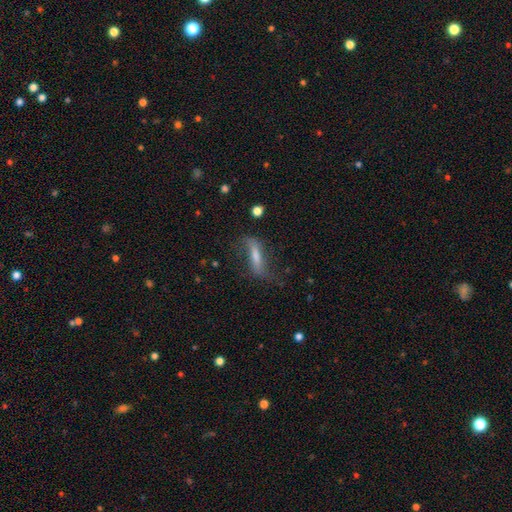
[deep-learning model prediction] smooth_or_featured: featured or disk (p=0.57) [alt: smooth p=0.33]
disk_edge_on: no (p=0.68) [alt: yes p=0.32]
merging: none (p=0.60) [alt: minor disturbance p=0.22]